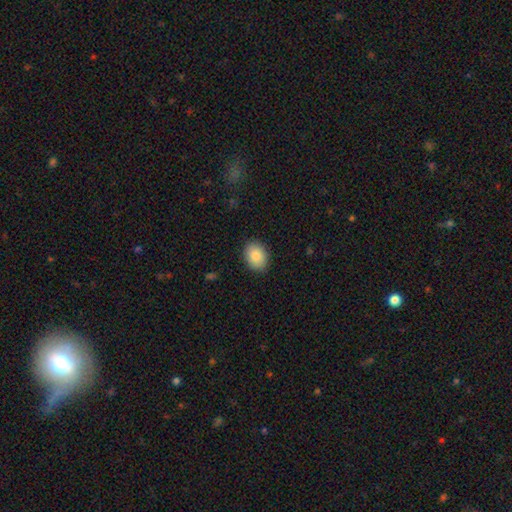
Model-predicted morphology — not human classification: This is clearly a smooth galaxy (86%). How rounded: likely in between (67%). Merging: clearly none (88%).